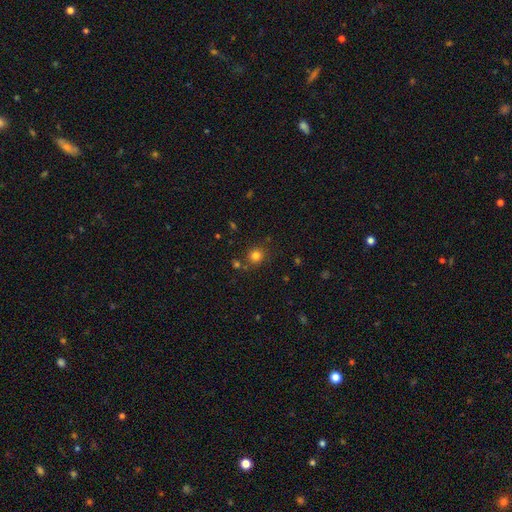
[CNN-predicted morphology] Smooth or featured? Predicted: smooth (p=0.80). How rounded? Predicted: round (p=0.89). Merging? Predicted: none (p=0.79).